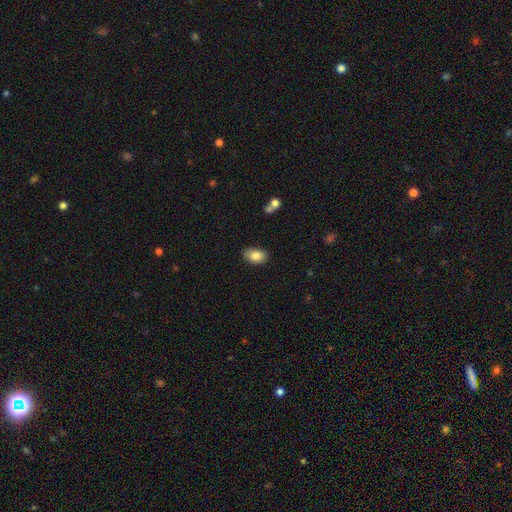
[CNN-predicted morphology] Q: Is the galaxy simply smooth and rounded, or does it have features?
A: smooth — 84%.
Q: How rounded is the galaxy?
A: in between — 89%.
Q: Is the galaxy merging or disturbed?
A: none — 84%.